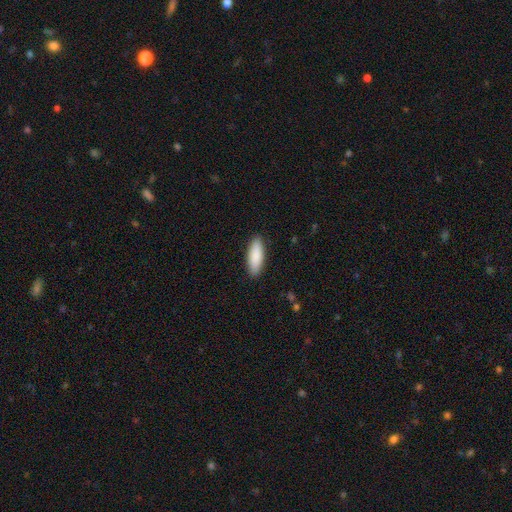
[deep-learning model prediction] Smooth or featured?
  - smooth: 88% *
  - featured or disk: 6%
  - star or artifact: 5%
How rounded?
  - in between: 61% *
  - cigar-shaped: 38%
  - round: 2%
Merging?
  - none: 90% *
  - minor disturbance: 8%
  - major disturbance: 2%
  - merger: 1%